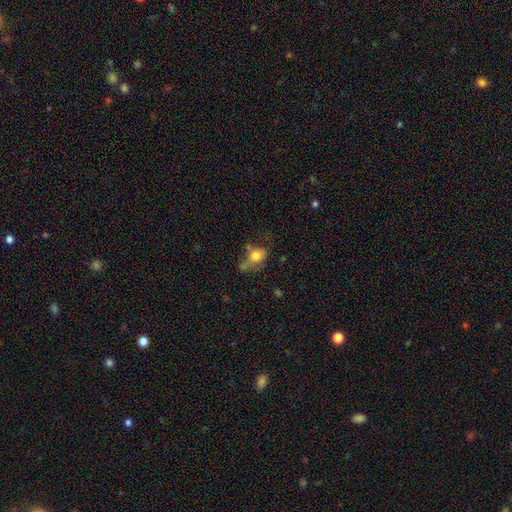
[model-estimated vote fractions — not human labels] A smooth galaxy with no disk features (76%) that is in between round and cigar-shaped (59%).

Vote fractions:
- Smooth or featured? smooth: 76% / featured or disk: 14% / star or artifact: 10%
- How rounded? in between: 59% / round: 39% / cigar-shaped: 2%
- Merging? none: 39% / minor disturbance: 27% / merger: 19% / major disturbance: 15%